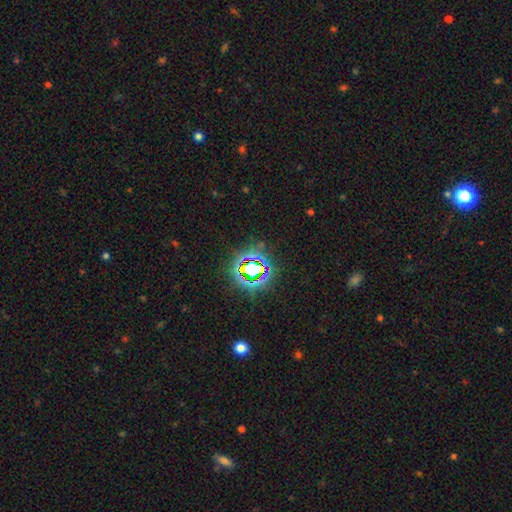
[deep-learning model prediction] Q: Smooth or featured?
A: star or artifact (80%); runner-up: smooth (12%)